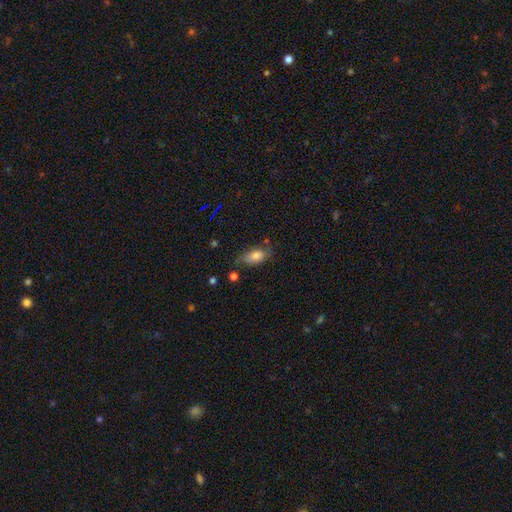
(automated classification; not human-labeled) Smooth or featured? smooth (73%)
How rounded? in between (87%)
Merging? none (58%)